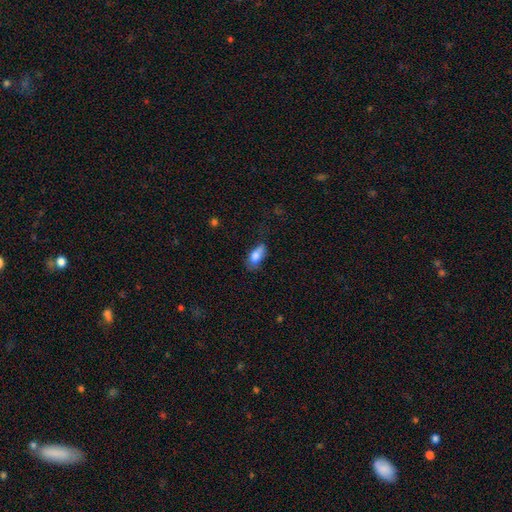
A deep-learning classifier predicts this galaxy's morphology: smooth 78%, featured or disk 14%, star or artifact 8%. Down the decision tree: how rounded — in between (85%); merging — none (42%).